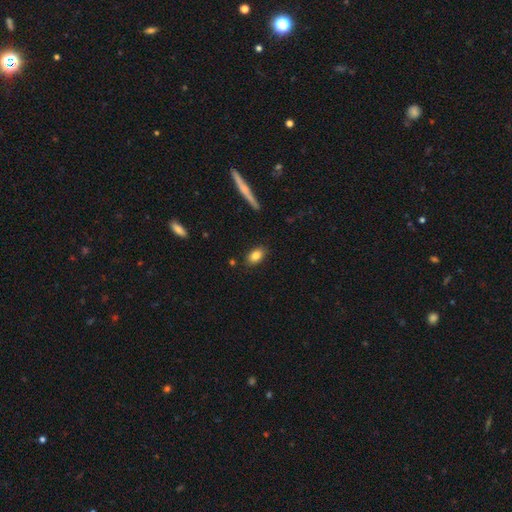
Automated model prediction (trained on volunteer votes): smooth-or-featured: smooth: 83% | featured or disk: 9% | star or artifact: 8%
  how-rounded: in between: 86% | round: 9% | cigar-shaped: 4%
  merging: none: 86% | minor disturbance: 10% | major disturbance: 2% | merger: 2%